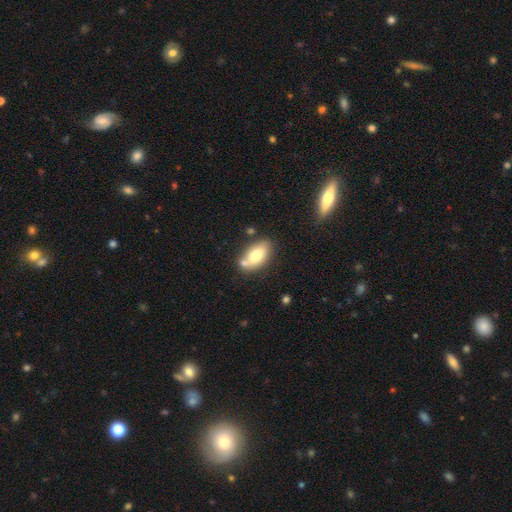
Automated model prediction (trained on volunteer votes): smooth 73%, featured or disk 19%, star or artifact 8%. Down the decision tree: how rounded — in between (91%); merging — none (59%).